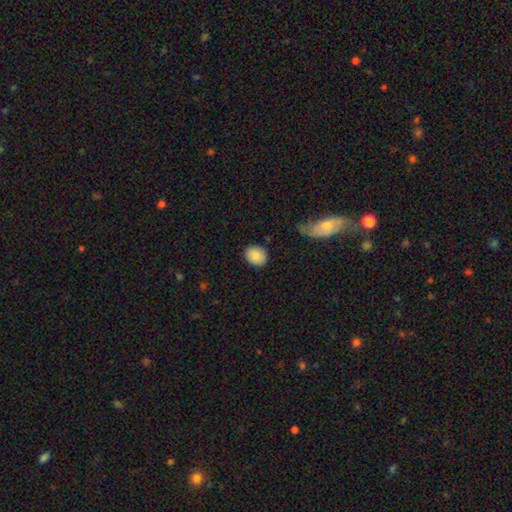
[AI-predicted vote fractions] A smooth galaxy with no disk features (87%) that is round (62%). Merging: none (86%).